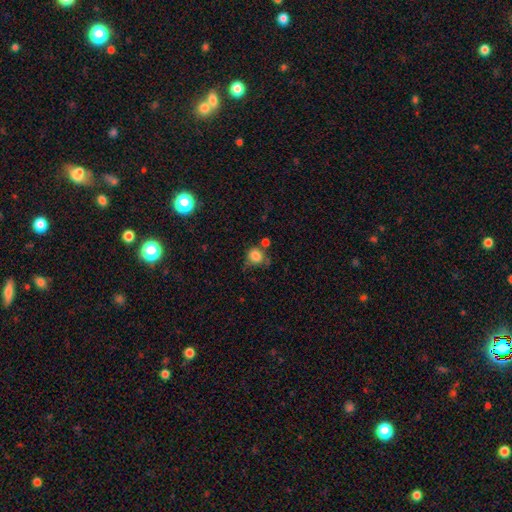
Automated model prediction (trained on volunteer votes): smooth_or_featured: smooth (p=0.82) [alt: star or artifact p=0.10]
how_rounded: round (p=0.80) [alt: in between p=0.19]
merging: none (p=0.52) [alt: minor disturbance p=0.24]